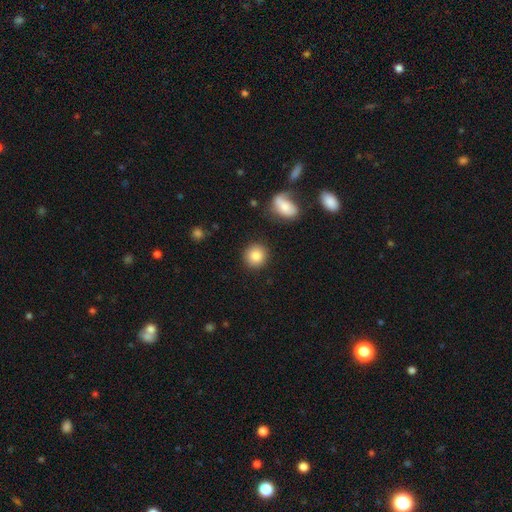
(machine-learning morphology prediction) Overall: smooth (86%). How rounded: round (89%). Merging: none (89%).